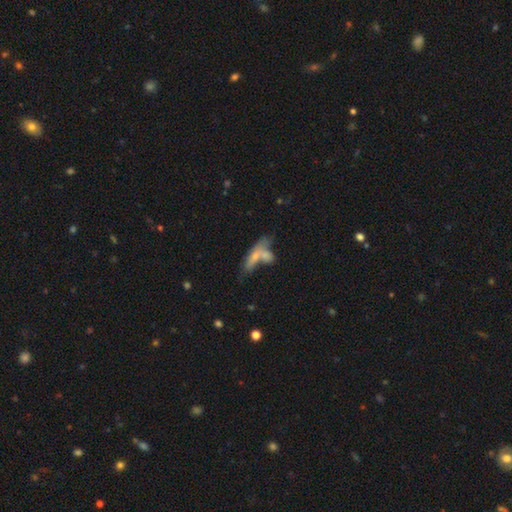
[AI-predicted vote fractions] Smooth or featured: smooth — 43% (featured or disk — 40%)
Merging: merger — 40% (none — 35%)